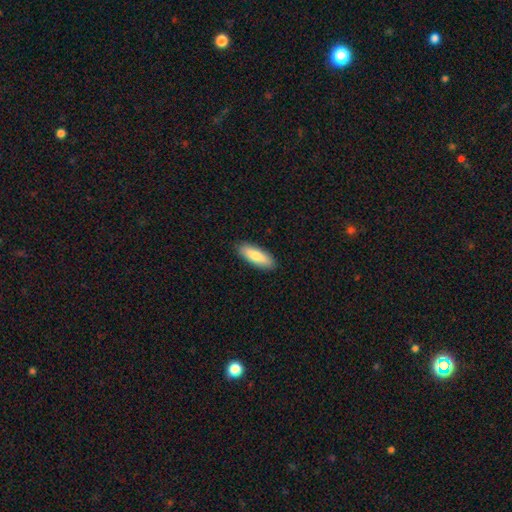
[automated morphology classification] This is clearly a smooth galaxy (81%). How rounded: likely in between (61%). Merging: clearly none (89%).